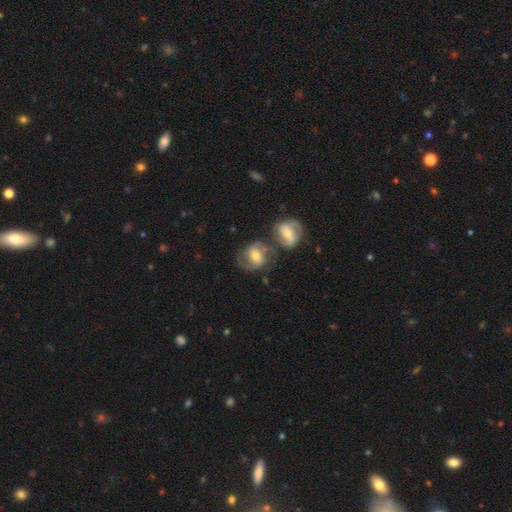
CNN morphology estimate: The model was most divided on "bar": weak: 42%, no: 32%, strong: 25%. Remaining: edge-on disk — no (97%); spiral arms — yes (86%); spiral arm count — 2 (79%); smooth or featured — featured or disk (66%); bulge size — moderate (64%); spiral winding — medium (52%); merging — none (46%).